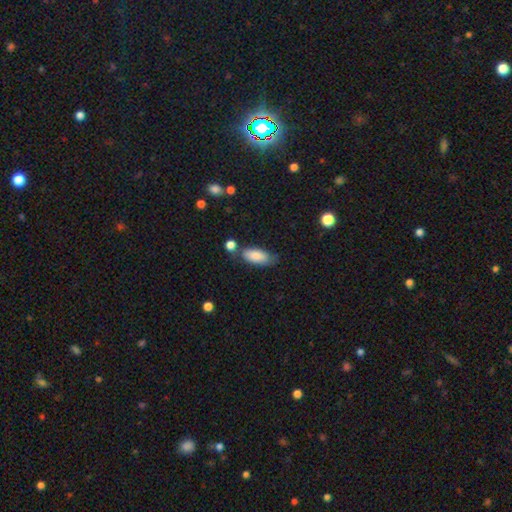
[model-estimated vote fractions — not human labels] A smooth galaxy with no disk features (84%) that is in between round and cigar-shaped (85%). Merging: none (65%).